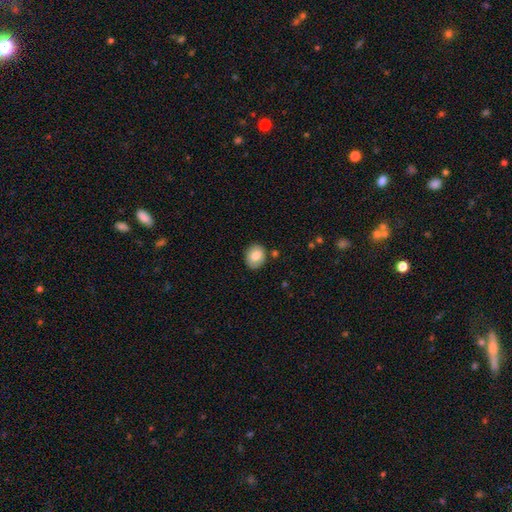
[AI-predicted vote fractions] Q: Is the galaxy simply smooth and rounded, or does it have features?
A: smooth — 78%.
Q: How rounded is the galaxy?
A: round — 54%.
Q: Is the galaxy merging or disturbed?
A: none — 82%.